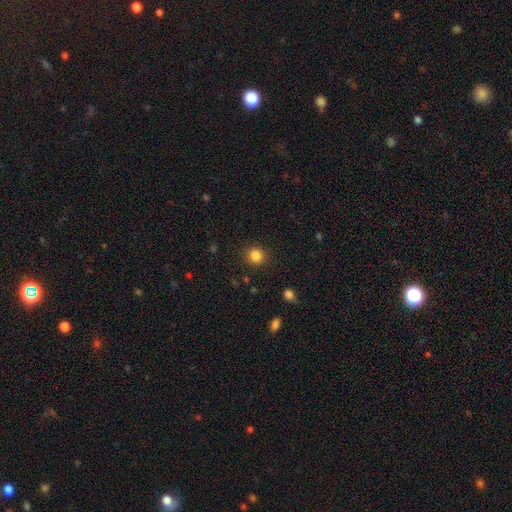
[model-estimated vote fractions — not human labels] Smooth or featured?
  - smooth: 85% *
  - star or artifact: 11%
  - featured or disk: 4%
How rounded?
  - round: 89% *
  - in between: 11%
  - cigar-shaped: 1%
Merging?
  - none: 89% *
  - minor disturbance: 7%
  - major disturbance: 3%
  - merger: 1%